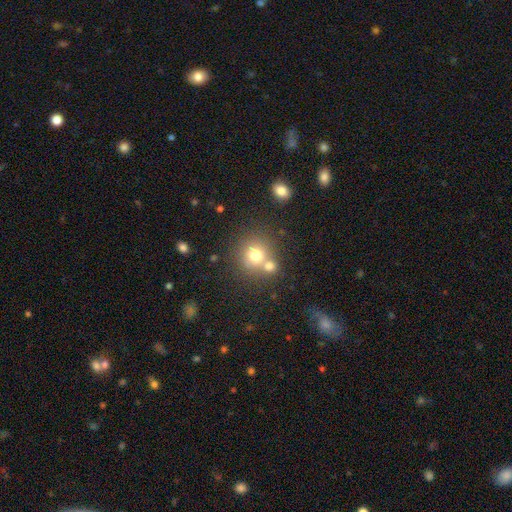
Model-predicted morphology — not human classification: Overall: smooth (73%). How rounded: round (86%). Merging: none (51%; merger 36%).